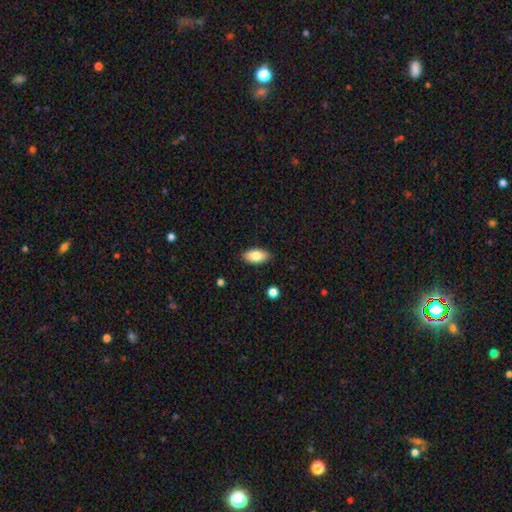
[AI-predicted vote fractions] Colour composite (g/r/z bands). It shows a smooth galaxy with no disk features (82%) that is in between round and cigar-shaped (91%). Merging: none (88%).